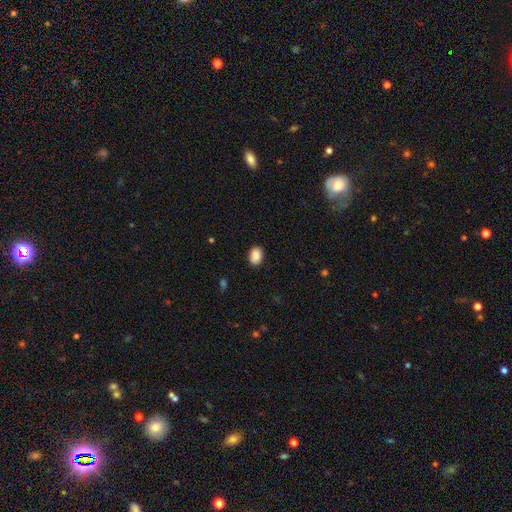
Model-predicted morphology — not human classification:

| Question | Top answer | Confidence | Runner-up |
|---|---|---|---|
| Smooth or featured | smooth | 89% | star or artifact (8%) |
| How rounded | in between | 73% | round (26%) |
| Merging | none | 87% | minor disturbance (10%) |